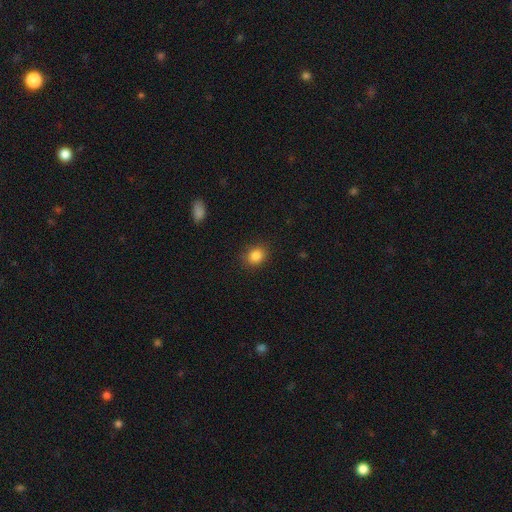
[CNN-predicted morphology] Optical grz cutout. It shows a smooth galaxy with no disk features (85%) that is round (68%). Merging: none (87%).